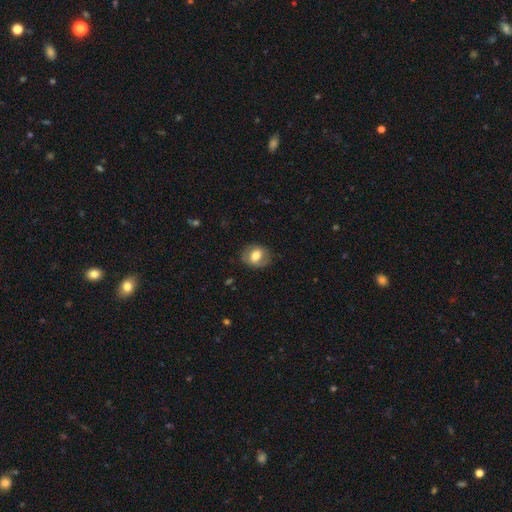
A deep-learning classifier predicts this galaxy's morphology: This appears to be a smooth galaxy with no disk features (67%) that is in between round and cigar-shaped (50%). Merging: none (76%).